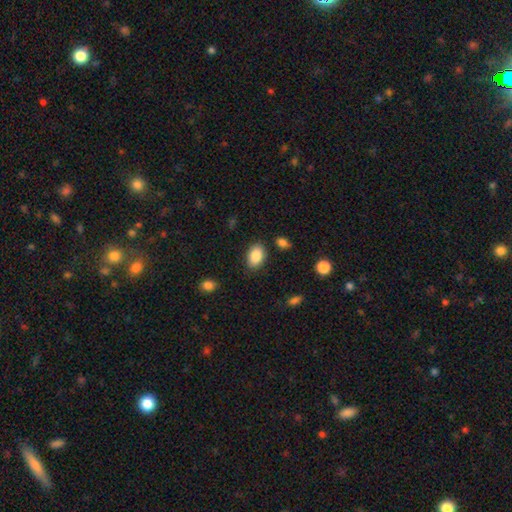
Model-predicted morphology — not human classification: Smooth or featured: smooth — 87% (star or artifact — 7%)
How rounded: in between — 87% (round — 11%)
Merging: none — 84% (minor disturbance — 11%)